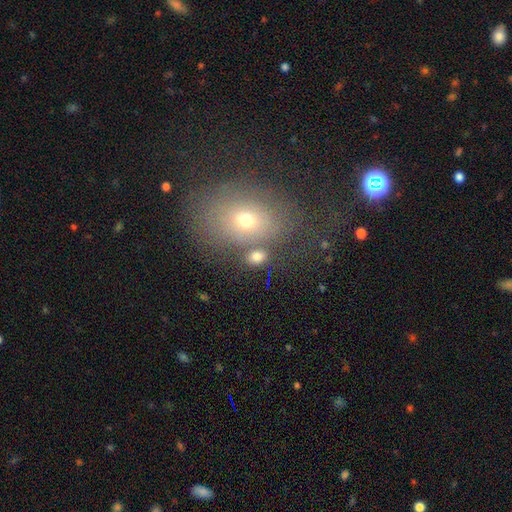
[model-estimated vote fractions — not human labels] Smooth or featured: smooth — 72% (star or artifact — 15%)
How rounded: in between — 69% (round — 29%)
Merging: none — 67% (merger — 15%)